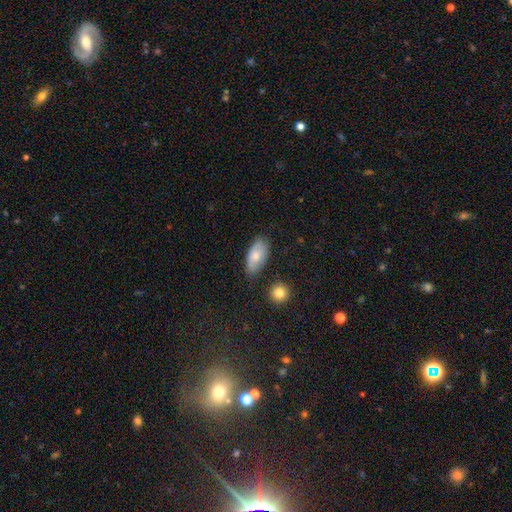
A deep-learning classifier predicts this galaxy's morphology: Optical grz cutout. It shows a smooth galaxy with no disk features (72%) that is in between round and cigar-shaped (92%). Merging: none (72%).